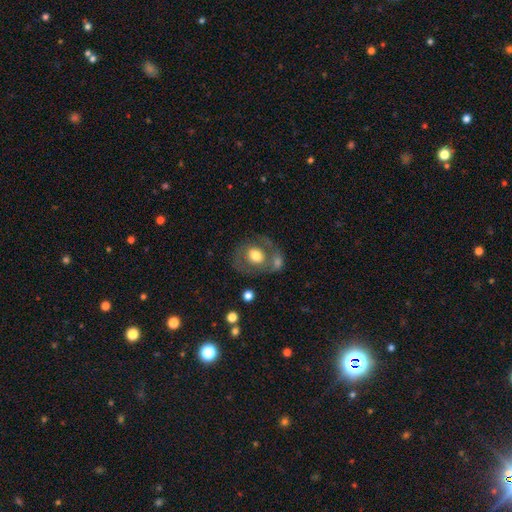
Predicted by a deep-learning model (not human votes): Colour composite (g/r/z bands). It shows a smooth galaxy with no disk features (56%) that is round (65%). Merging: none (51%).